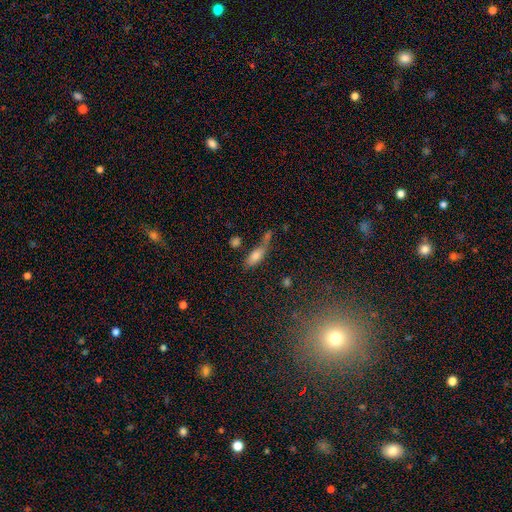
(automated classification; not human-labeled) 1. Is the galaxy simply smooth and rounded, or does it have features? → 73% smooth, 18% featured or disk, 10% star or artifact.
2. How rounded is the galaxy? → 67% in between, 29% cigar-shaped, 3% round.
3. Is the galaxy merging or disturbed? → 42% none, 27% merger, 20% minor disturbance, 11% major disturbance.